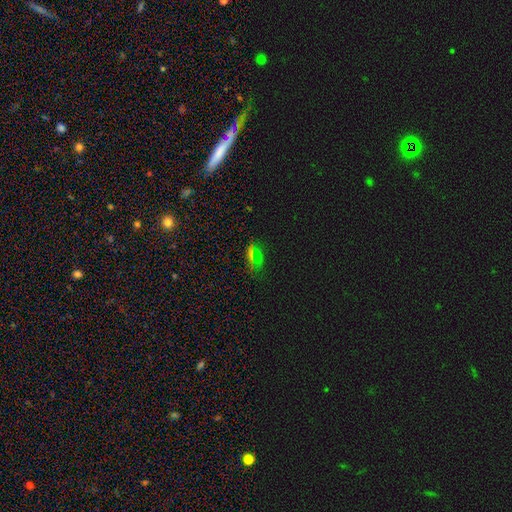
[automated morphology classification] Smooth or featured?
  - star or artifact: 50% *
  - smooth: 40%
  - featured or disk: 11%